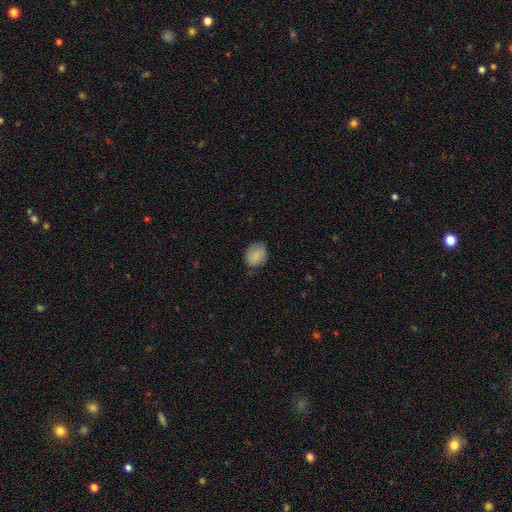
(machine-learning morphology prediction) smooth_or_featured: smooth (p=0.84) [alt: featured or disk p=0.09]
how_rounded: in between (p=0.54) [alt: round p=0.45]
merging: none (p=0.75) [alt: minor disturbance p=0.20]